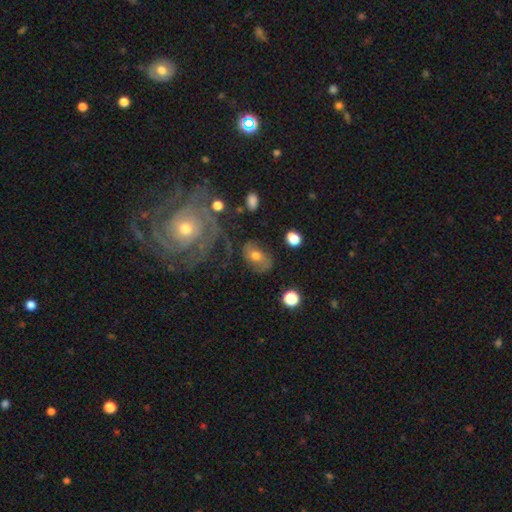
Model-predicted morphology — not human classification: A featured or disk galaxy (46%).

Vote fractions:
- Smooth or featured? featured or disk: 46% / smooth: 44% / star or artifact: 10%
- Merging? none: 60% / minor disturbance: 21% / major disturbance: 14% / merger: 5%